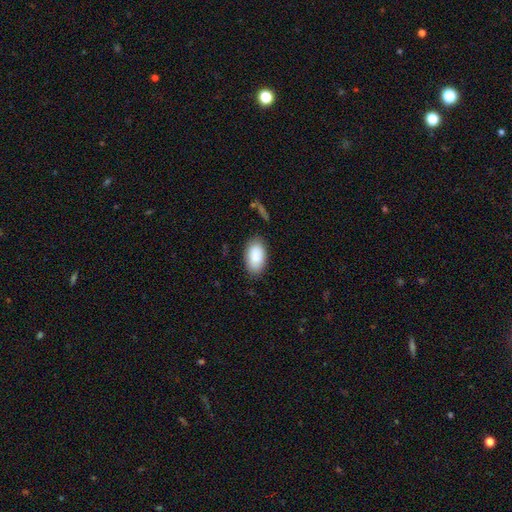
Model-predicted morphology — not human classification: Smooth or featured? Predicted: smooth (p=0.88). How rounded? Predicted: in between (p=0.95). Merging? Predicted: none (p=0.82).